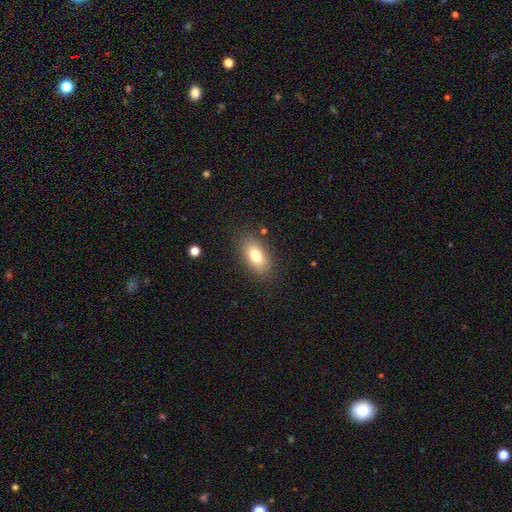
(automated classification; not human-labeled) This appears to be a smooth galaxy with no disk features (79%) that is in between round and cigar-shaped (90%). Merging: none (85%).